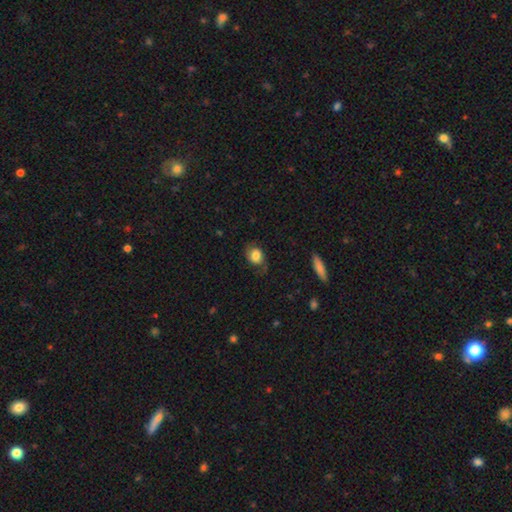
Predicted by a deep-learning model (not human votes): smooth 70%, featured or disk 22%, star or artifact 8%. Down the decision tree: how rounded — in between (51%); merging — none (58%).